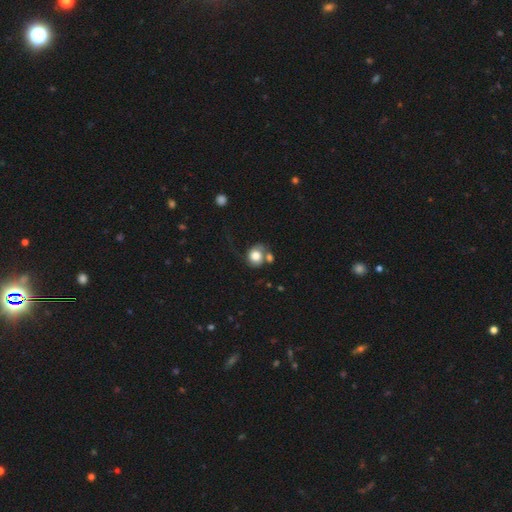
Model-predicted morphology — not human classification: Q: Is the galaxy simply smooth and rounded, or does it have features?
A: smooth — 72%.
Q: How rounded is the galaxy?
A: round — 73%.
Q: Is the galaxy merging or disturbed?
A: none — 40%.